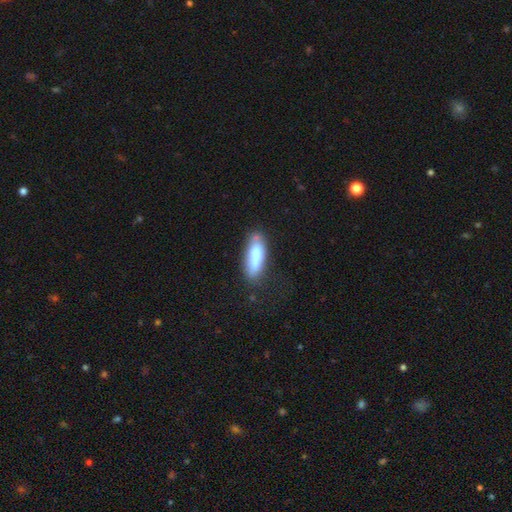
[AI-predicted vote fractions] Smooth or featured?
  - smooth: 72% *
  - featured or disk: 21%
  - star or artifact: 7%
How rounded?
  - cigar-shaped: 51% *
  - in between: 47%
  - round: 2%
Merging?
  - none: 66% *
  - minor disturbance: 22%
  - major disturbance: 7%
  - merger: 5%